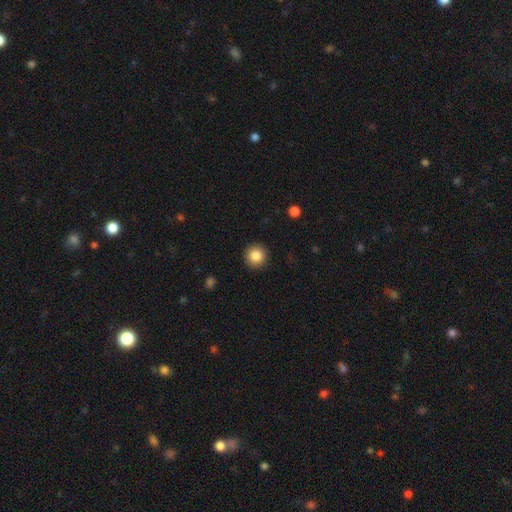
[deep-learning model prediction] Overall: smooth (85%). How rounded: round (95%). Merging: none (92%).